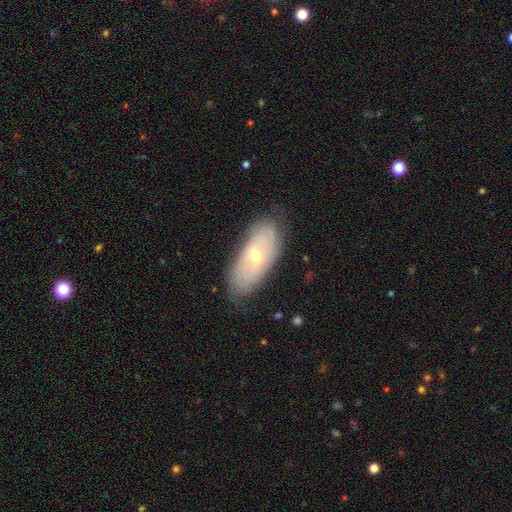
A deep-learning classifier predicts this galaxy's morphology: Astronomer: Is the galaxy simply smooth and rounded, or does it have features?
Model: featured or disk — 57% (runner-up: smooth, 36%).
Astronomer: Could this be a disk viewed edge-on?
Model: no — 83%.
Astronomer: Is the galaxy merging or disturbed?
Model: none — 75%.